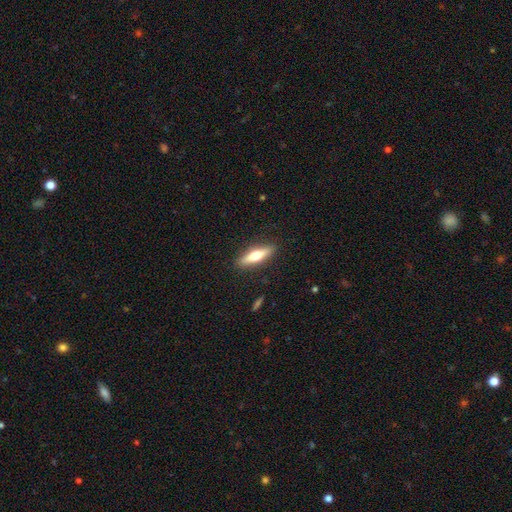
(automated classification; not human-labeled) smooth_or_featured: smooth (p=0.50) [alt: featured or disk p=0.44]
how_rounded: cigar-shaped (p=0.71) [alt: in between p=0.27]
merging: none (p=0.89) [alt: minor disturbance p=0.08]